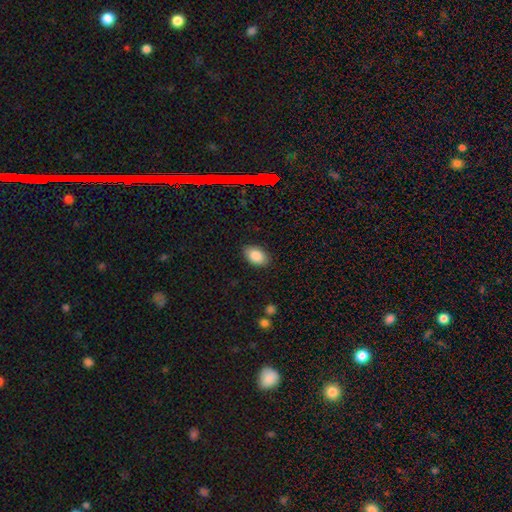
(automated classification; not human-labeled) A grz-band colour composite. It shows a smooth galaxy with no disk features (87%) that is in between round and cigar-shaped (91%). Merging: none (86%).